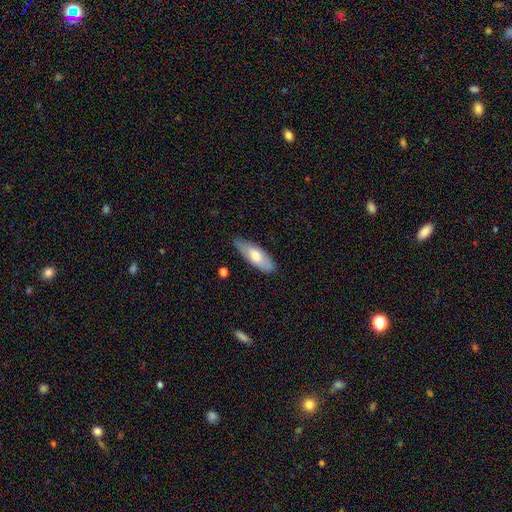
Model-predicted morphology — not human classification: This appears to be a smooth galaxy with no disk features (65%) that is in between round and cigar-shaped (71%). Merging: none (76%).